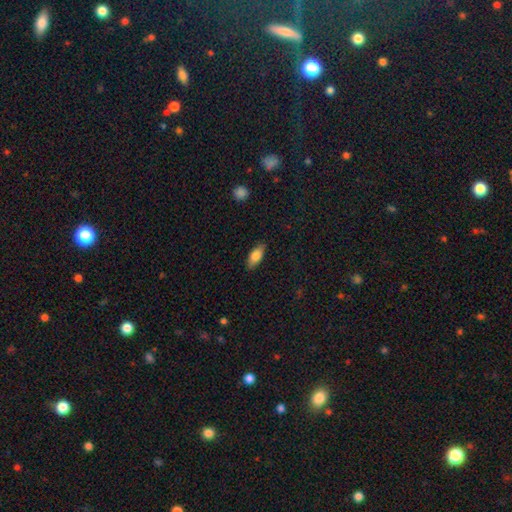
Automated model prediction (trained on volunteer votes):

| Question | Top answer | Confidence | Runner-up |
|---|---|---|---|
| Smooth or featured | smooth | 82% | featured or disk (11%) |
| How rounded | in between | 84% | cigar-shaped (13%) |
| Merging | none | 85% | minor disturbance (12%) |